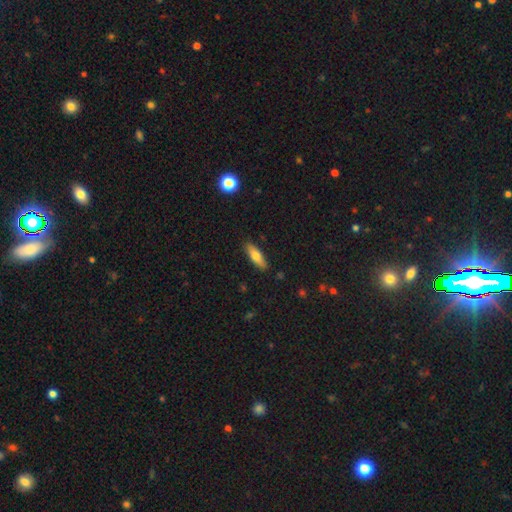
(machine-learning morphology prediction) A smooth galaxy with no disk features (72%) that is in between round and cigar-shaped (50%).

Vote fractions:
- Smooth or featured? smooth: 72% / featured or disk: 21% / star or artifact: 7%
- How rounded? in between: 50% / cigar-shaped: 48% / round: 2%
- Merging? none: 87% / minor disturbance: 10% / major disturbance: 2% / merger: 1%